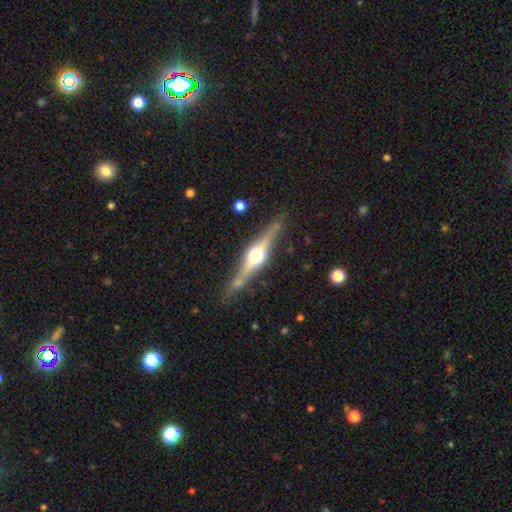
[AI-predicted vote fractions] A featured or disk galaxy (80%) viewed edge-on (97%) with a rounded central bulge (93%). Merging: none (83%).